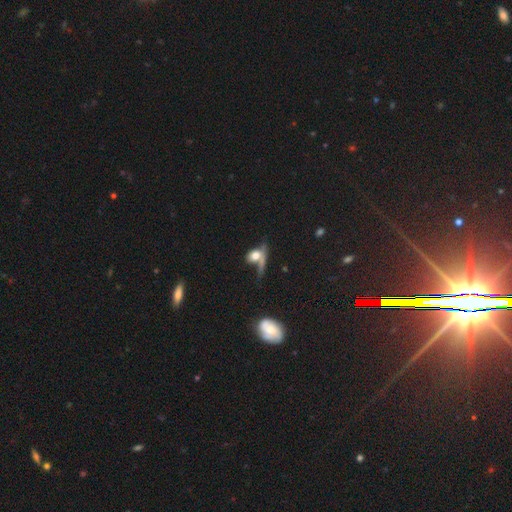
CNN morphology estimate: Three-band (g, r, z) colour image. It shows a smooth galaxy with no disk features (63%) that is in between round and cigar-shaped (58%). Merging: none (31%).